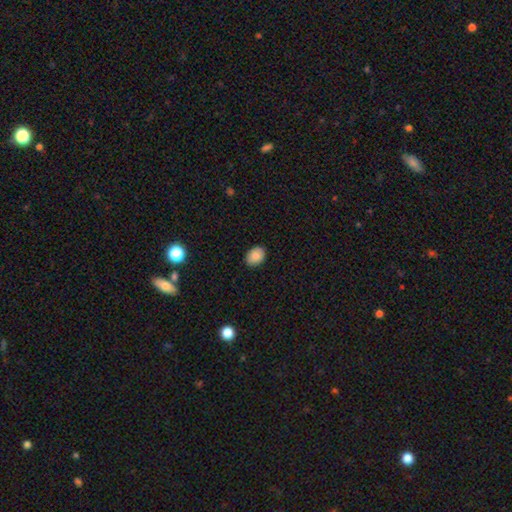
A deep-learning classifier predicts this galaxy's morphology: Smooth or featured?
  - smooth: 88% *
  - star or artifact: 8%
  - featured or disk: 4%
How rounded?
  - in between: 75% *
  - round: 24%
  - cigar-shaped: 1%
Merging?
  - none: 89% *
  - minor disturbance: 9%
  - major disturbance: 2%
  - merger: 1%